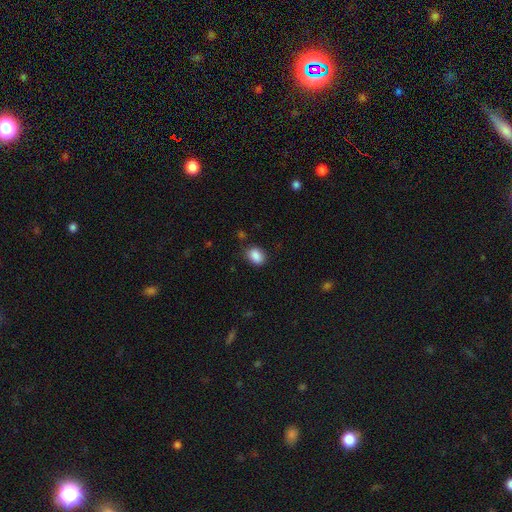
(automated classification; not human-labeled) A smooth galaxy with no disk features (88%) that is in between round and cigar-shaped (68%). Merging: none (80%).